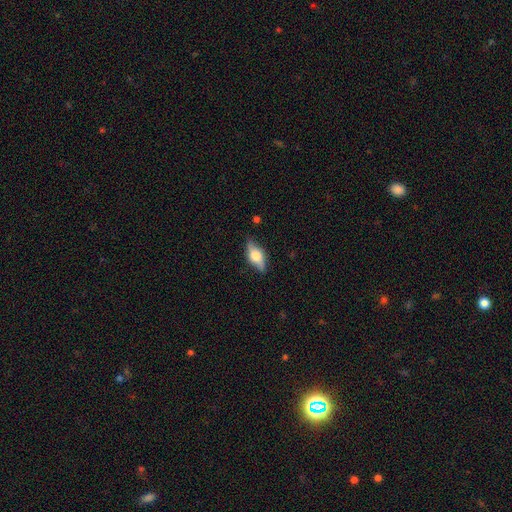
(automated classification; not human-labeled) Q: Smooth or featured?
A: featured or disk (48%); runner-up: smooth (45%)
Q: Merging?
A: none (78%); runner-up: minor disturbance (17%)